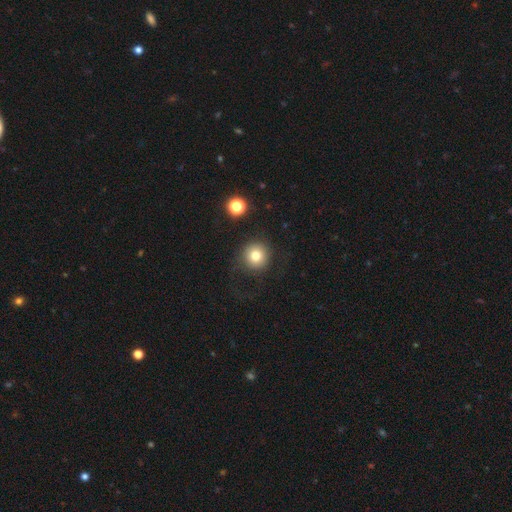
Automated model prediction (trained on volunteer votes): Smooth or featured?
  - smooth: 78% *
  - star or artifact: 12%
  - featured or disk: 10%
How rounded?
  - round: 94% *
  - in between: 5%
  - cigar-shaped: 1%
Merging?
  - none: 80% *
  - minor disturbance: 10%
  - major disturbance: 8%
  - merger: 2%